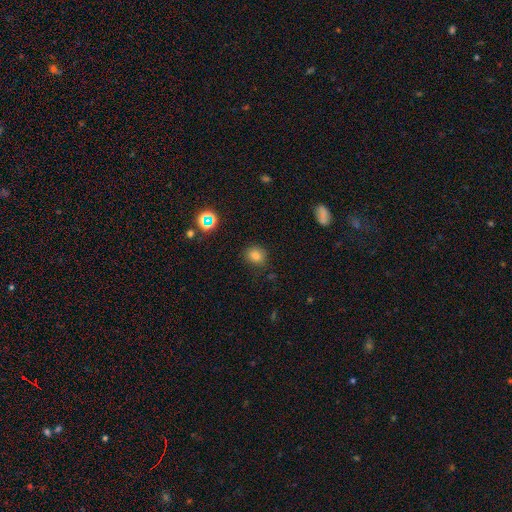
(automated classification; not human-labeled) smooth 79%, star or artifact 16%, featured or disk 5%. Down the decision tree: how rounded — round (66%); merging — none (83%).